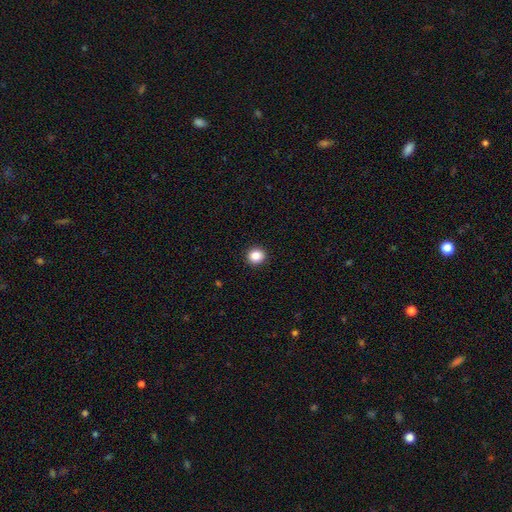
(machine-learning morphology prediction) smooth_or_featured: smooth (p=0.86) [alt: star or artifact p=0.10]
how_rounded: round (p=0.86) [alt: in between p=0.13]
merging: none (p=0.92) [alt: minor disturbance p=0.05]